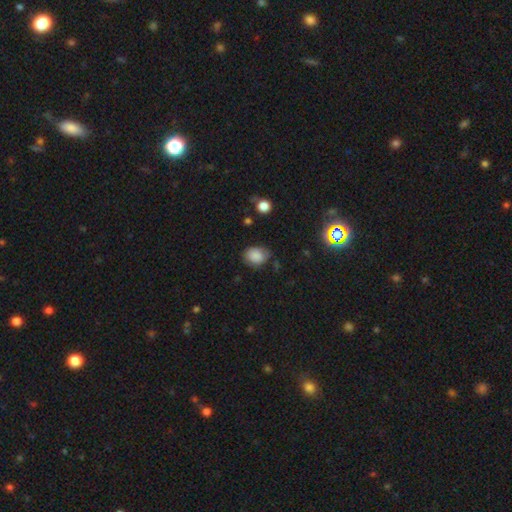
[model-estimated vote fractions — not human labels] Smooth or featured: smooth — 84% (star or artifact — 9%)
How rounded: in between — 59% (round — 40%)
Merging: none — 67% (minor disturbance — 25%)